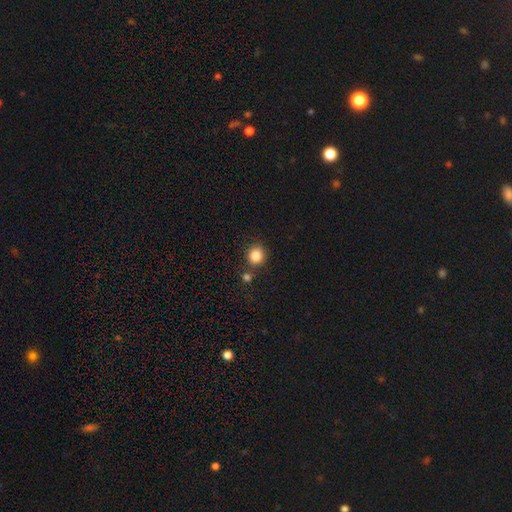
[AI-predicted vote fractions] Smooth or featured?
  - smooth: 85% *
  - star or artifact: 10%
  - featured or disk: 5%
How rounded?
  - round: 85% *
  - in between: 14%
  - cigar-shaped: 1%
Merging?
  - none: 75% *
  - merger: 11%
  - minor disturbance: 10%
  - major disturbance: 3%